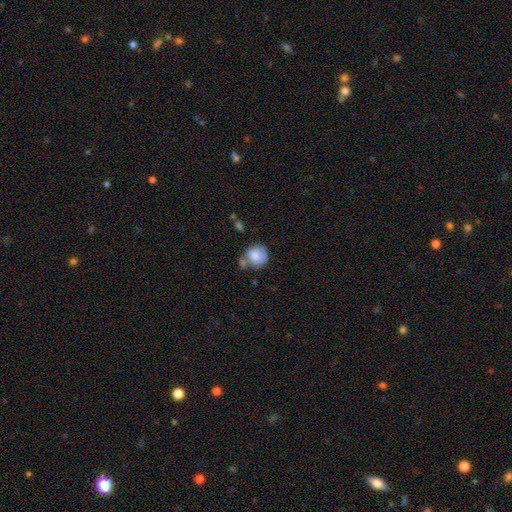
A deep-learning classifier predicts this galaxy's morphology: Overall: smooth (78%). How rounded: round (81%). Merging: none (43%; merger 24%).